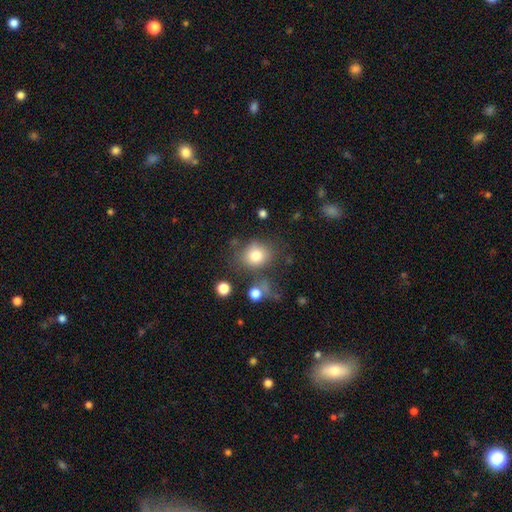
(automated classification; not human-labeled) Smooth or featured: smooth — 79% (star or artifact — 11%)
How rounded: round — 65% (in between — 34%)
Merging: none — 66% (minor disturbance — 17%)